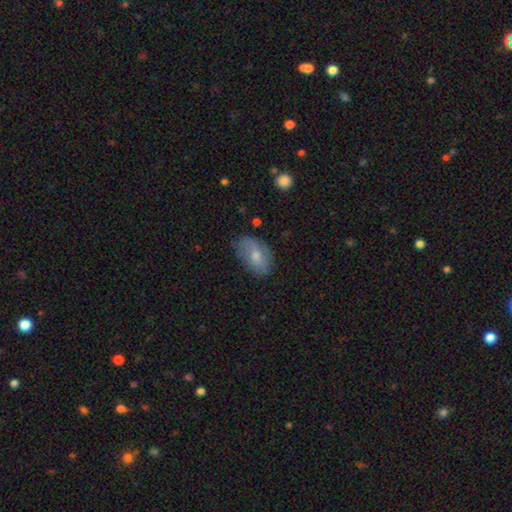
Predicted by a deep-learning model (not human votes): A smooth galaxy with no disk features (66%) that is in between round and cigar-shaped (89%). Merging: none (61%).